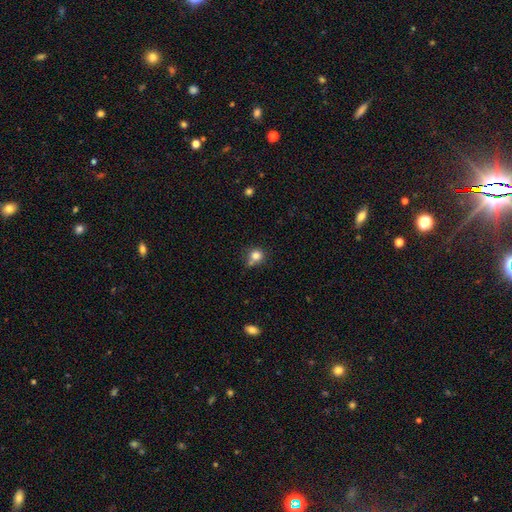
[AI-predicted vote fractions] A smooth galaxy with no disk features (81%) that is round (85%).

Vote fractions:
- Smooth or featured? smooth: 81% / star or artifact: 11% / featured or disk: 7%
- How rounded? round: 85% / in between: 14% / cigar-shaped: 1%
- Merging? none: 59% / merger: 18% / minor disturbance: 17% / major disturbance: 6%